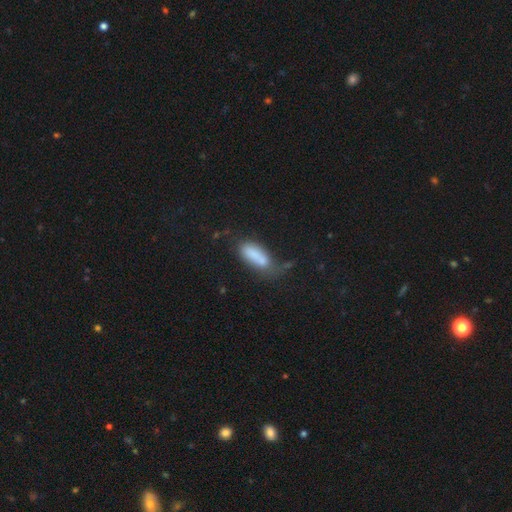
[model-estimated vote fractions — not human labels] Morphology: type=smooth (78%); roundness=in between (73%); merging=none (37%).